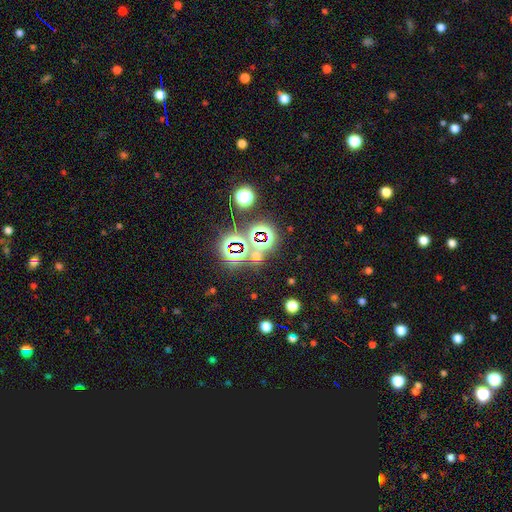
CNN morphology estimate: smooth-or-featured: star or artifact: 68% | smooth: 23% | featured or disk: 10%